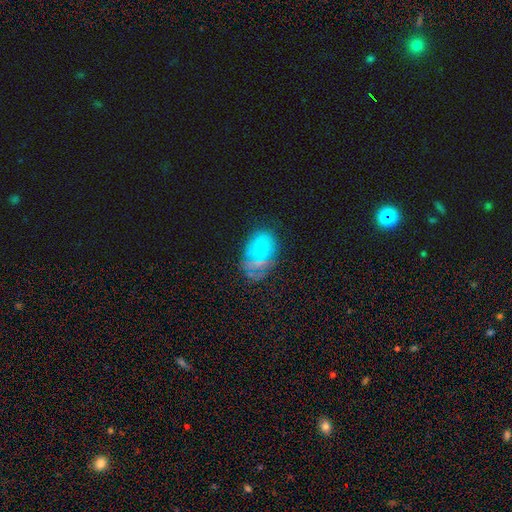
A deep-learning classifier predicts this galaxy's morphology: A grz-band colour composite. It shows a smooth galaxy with no disk features (56%) that is in between round and cigar-shaped (62%). Merging: none (70%).